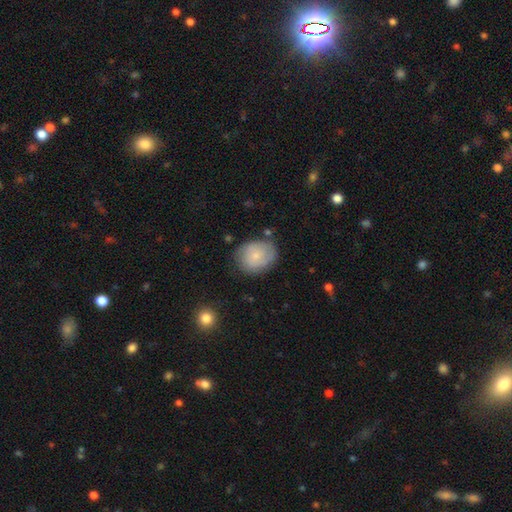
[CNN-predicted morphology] Overall: smooth (60%; featured or disk 33%). How rounded: round (55%; in between 44%). Merging: none (71%).